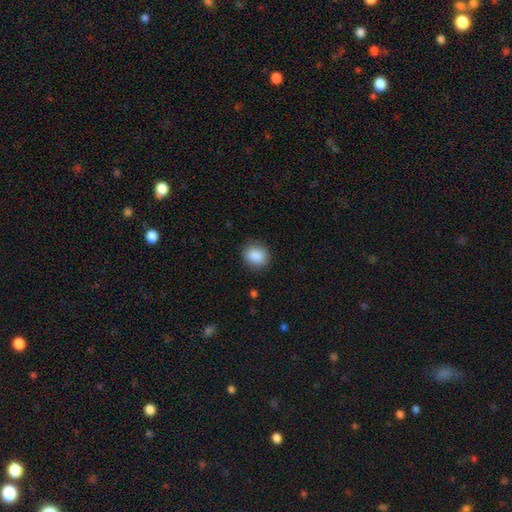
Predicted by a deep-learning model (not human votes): Smooth or featured? smooth (89%)
How rounded? round (65%)
Merging? none (86%)